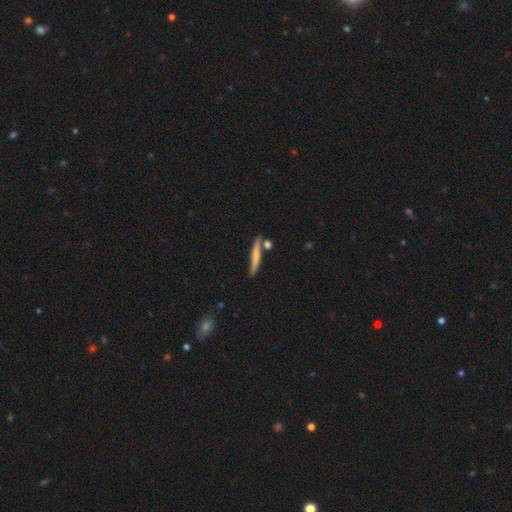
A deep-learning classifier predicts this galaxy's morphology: type=smooth (60%); roundness=cigar-shaped (92%); merging=none (69%).